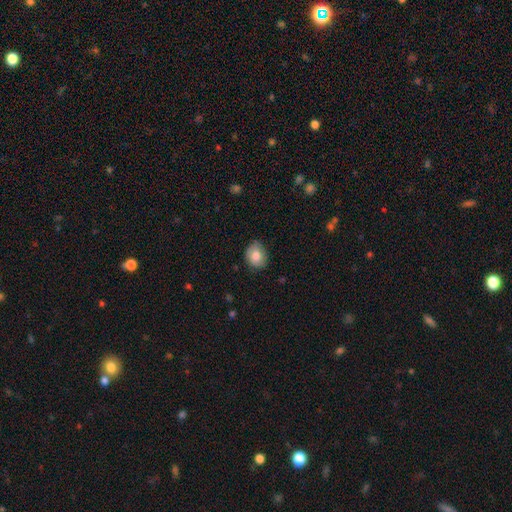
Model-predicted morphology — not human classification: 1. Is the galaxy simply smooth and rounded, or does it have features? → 79% smooth, 14% featured or disk, 8% star or artifact.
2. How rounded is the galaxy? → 50% round, 49% in between, 1% cigar-shaped.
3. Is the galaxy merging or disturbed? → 76% none, 20% minor disturbance, 3% major disturbance, 1% merger.